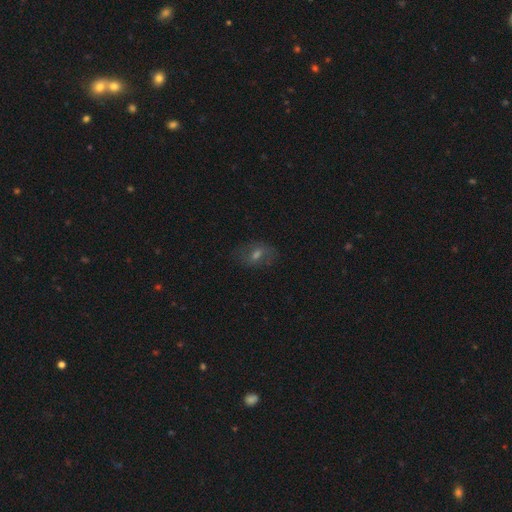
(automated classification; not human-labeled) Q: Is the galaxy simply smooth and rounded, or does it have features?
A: smooth — 45%.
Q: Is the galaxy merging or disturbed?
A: none — 76%.